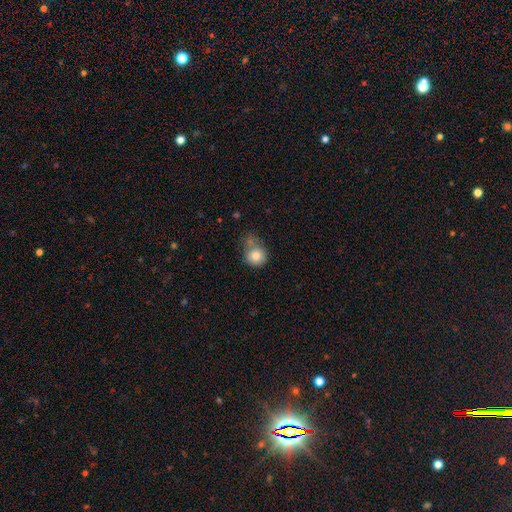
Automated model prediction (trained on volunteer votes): A smooth galaxy with no disk features (81%) that is round (82%).

Vote fractions:
- Smooth or featured? smooth: 81% / featured or disk: 10% / star or artifact: 9%
- How rounded? round: 82% / in between: 17% / cigar-shaped: 1%
- Merging? none: 41% / minor disturbance: 26% / merger: 22% / major disturbance: 11%